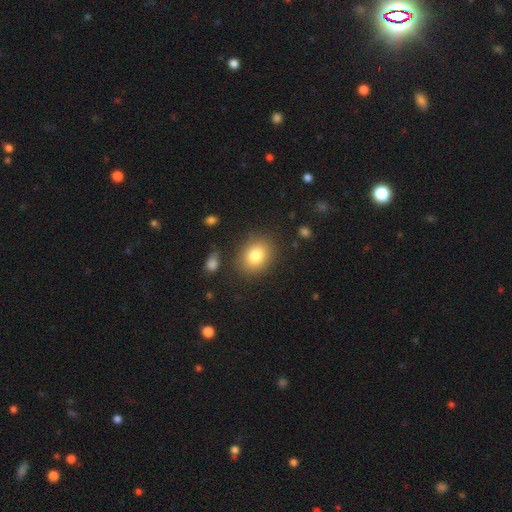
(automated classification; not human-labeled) This is clearly a smooth galaxy (80%). How rounded: possibly in between (50%). Merging: clearly none (84%).